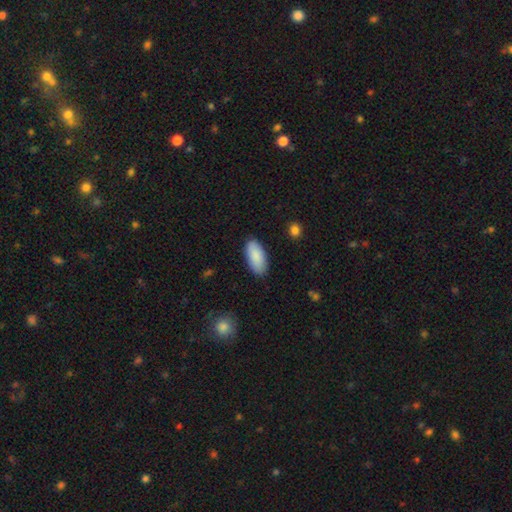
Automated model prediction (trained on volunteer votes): The model was most divided on "merging": none: 85%, minor disturbance: 11%, major disturbance: 2%, merger: 1%. More confident: how rounded — in between (91%); smooth or featured — smooth (88%).